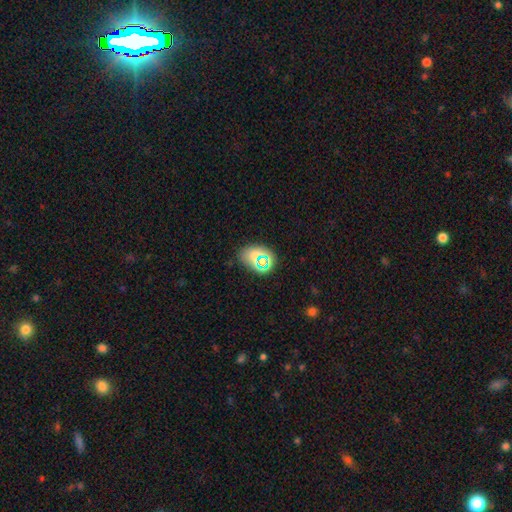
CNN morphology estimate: Smooth or featured? smooth (61%)
How rounded? in between (64%)
Merging? none (77%)